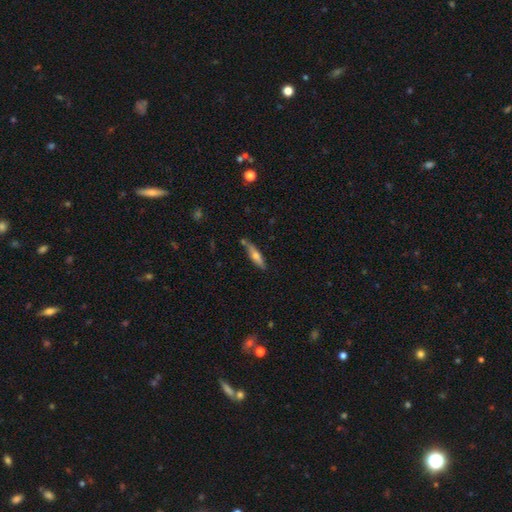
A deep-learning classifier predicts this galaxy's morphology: The model was most divided on "smooth or featured": smooth: 52%, featured or disk: 41%, star or artifact: 7%. More confident: how rounded — cigar-shaped (78%); merging — none (71%).